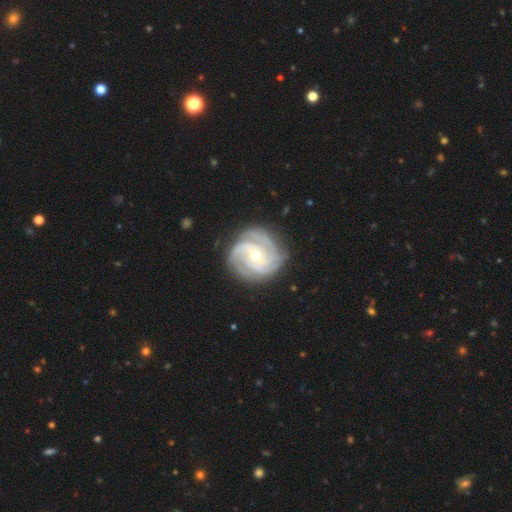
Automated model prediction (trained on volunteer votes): The model was most divided on "bar": weak: 42%, no: 38%, strong: 20%. Remaining: spiral arms — yes (98%); edge-on disk — no (98%); smooth or featured — featured or disk (91%); merging — none (81%); spiral winding — tight (73%); bulge size — moderate (59%); spiral arm count — 3 (41%).